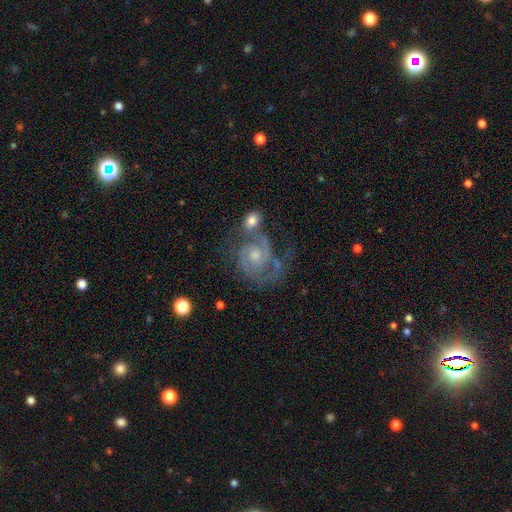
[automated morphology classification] featured or disk 87%, smooth 7%, star or artifact 5%. Down the decision tree: edge-on disk — no (98%); bar — no (68%); spiral arms — yes (96%); spiral arm count — 2 (69%); spiral winding — tight (51%); bulge size — small (47%); merging — none (42%).